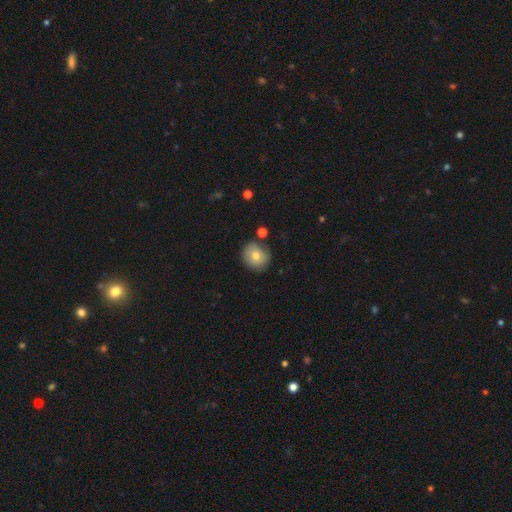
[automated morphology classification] Smooth or featured?
  - smooth: 75% *
  - featured or disk: 16%
  - star or artifact: 9%
How rounded?
  - round: 86% *
  - in between: 13%
  - cigar-shaped: 1%
Merging?
  - none: 79% *
  - minor disturbance: 14%
  - merger: 4%
  - major disturbance: 3%